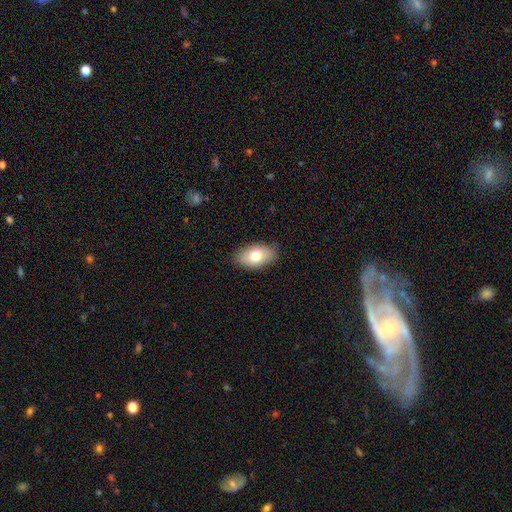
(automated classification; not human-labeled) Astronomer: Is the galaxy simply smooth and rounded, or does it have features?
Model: smooth — 74%.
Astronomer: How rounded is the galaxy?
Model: in between — 92%.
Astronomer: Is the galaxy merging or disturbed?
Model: none — 84%.